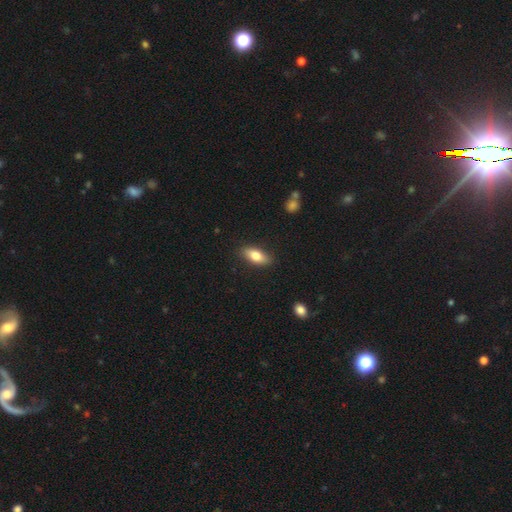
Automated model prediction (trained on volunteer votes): Overall: smooth (78%). How rounded: in between (81%). Merging: none (86%).